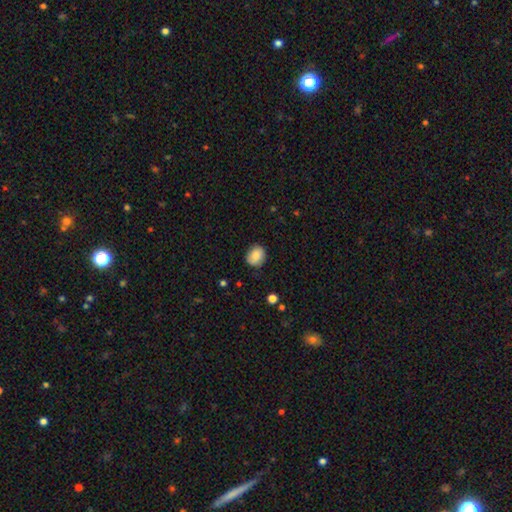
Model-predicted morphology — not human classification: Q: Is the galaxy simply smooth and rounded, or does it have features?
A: smooth — 83%.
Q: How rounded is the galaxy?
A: round — 58%.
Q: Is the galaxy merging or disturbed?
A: none — 80%.